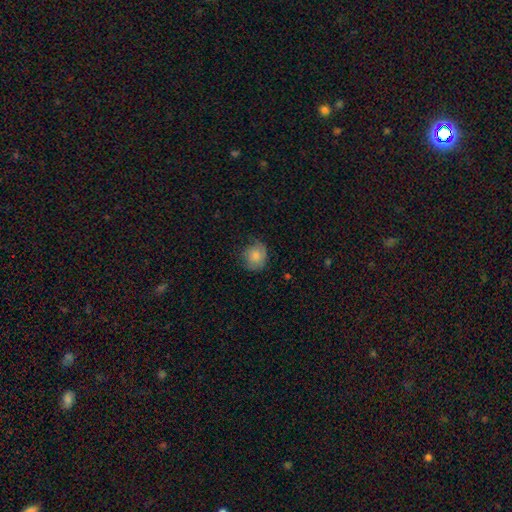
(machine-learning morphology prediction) The model was most divided on "merging": none: 64%, minor disturbance: 27%, major disturbance: 8%, merger: 1%. More confident: how rounded — round (81%); smooth or featured — smooth (77%).